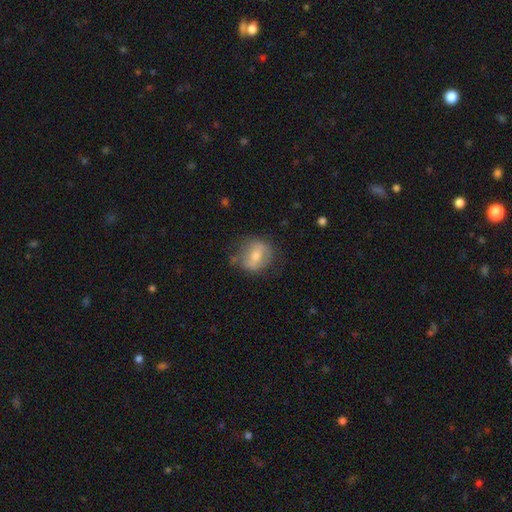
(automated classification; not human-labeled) Overall: smooth (49%; featured or disk 42%). Merging: none (69%).